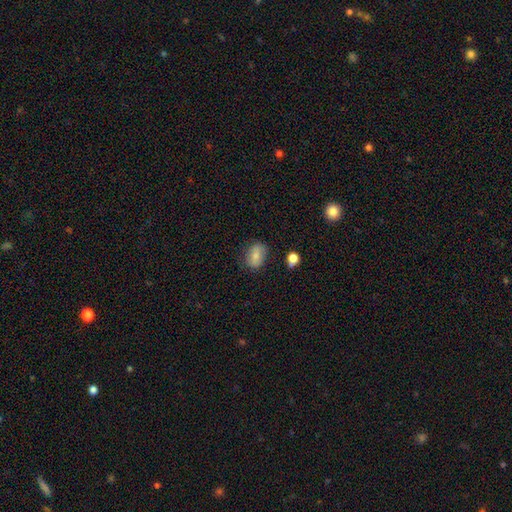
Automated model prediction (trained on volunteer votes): This is likely a smooth galaxy (73%). How rounded: likely in between (76%). Merging: likely none (75%).